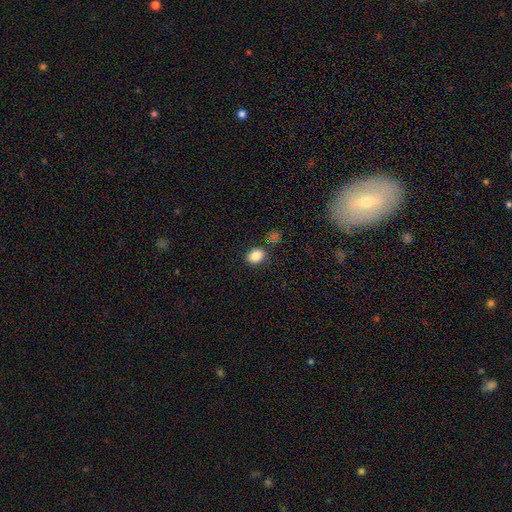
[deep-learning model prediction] smooth-or-featured: smooth: 85% | star or artifact: 9% | featured or disk: 5%
  how-rounded: in between: 65% | round: 34% | cigar-shaped: 1%
  merging: none: 81% | minor disturbance: 11% | merger: 4% | major disturbance: 3%